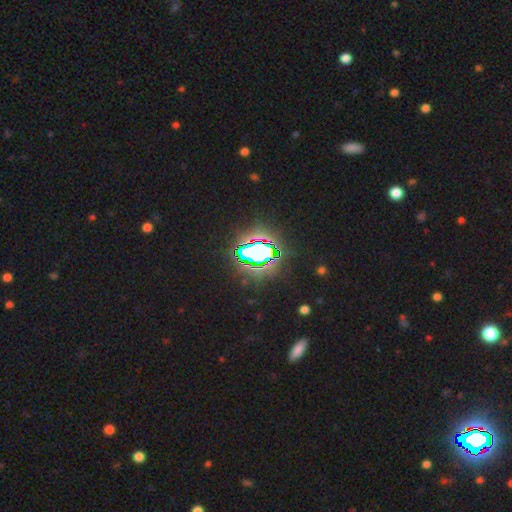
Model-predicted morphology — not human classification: star or artifact 81%, smooth 12%, featured or disk 7%.